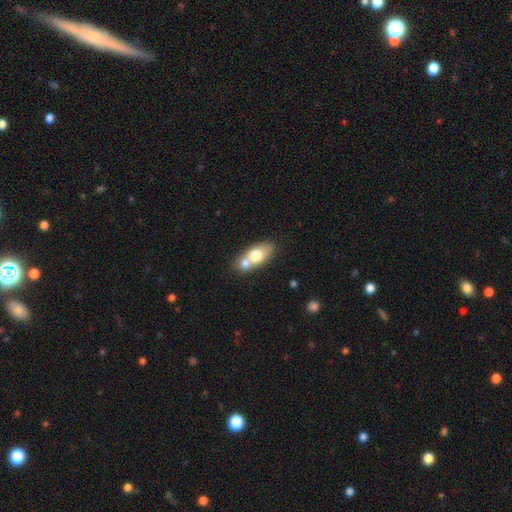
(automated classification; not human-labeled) A smooth galaxy with no disk features (70%) that is in between round and cigar-shaped (80%). Merging: merger (47%).